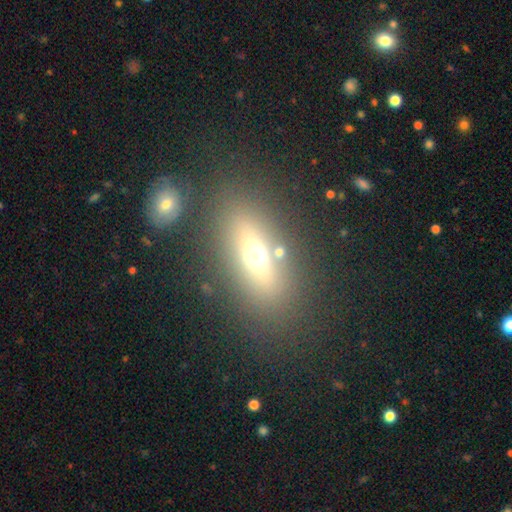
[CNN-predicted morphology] smooth 53%, featured or disk 31%, star or artifact 17%. Down the decision tree: how rounded — in between (67%); merging — none (77%).